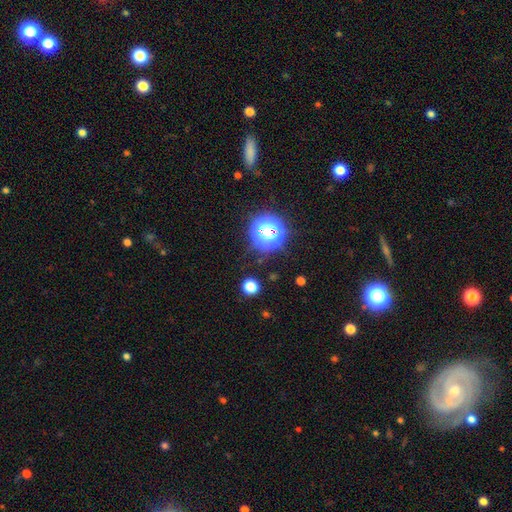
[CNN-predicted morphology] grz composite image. It shows a star or artifact, not a galaxy (60%).